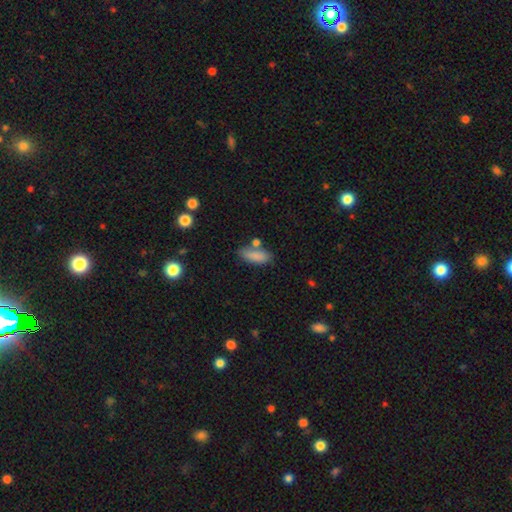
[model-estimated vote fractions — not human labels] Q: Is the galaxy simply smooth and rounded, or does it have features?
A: smooth — 85%.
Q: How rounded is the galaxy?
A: in between — 73%.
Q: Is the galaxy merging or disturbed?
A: none — 65%.